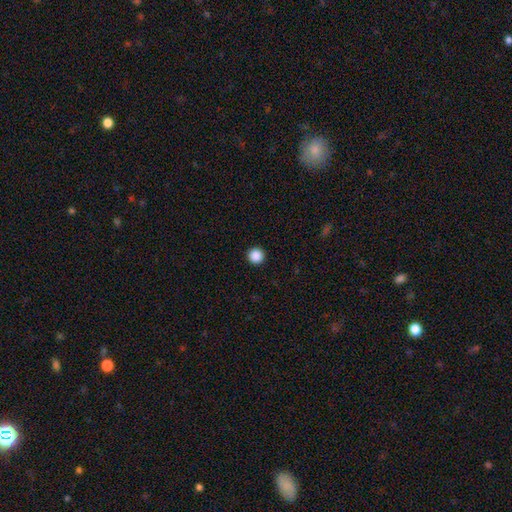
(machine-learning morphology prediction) smooth-or-featured: smooth: 88% | star or artifact: 10% | featured or disk: 2%
  how-rounded: round: 96% | in between: 3% | cigar-shaped: 1%
  merging: none: 94% | minor disturbance: 4% | major disturbance: 1% | merger: 1%